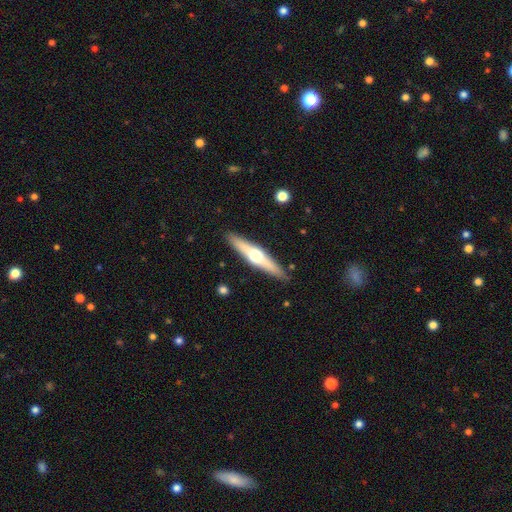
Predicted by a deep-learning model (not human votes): This is likely a featured or disk galaxy (60%). It is clearly viewed edge-on (95%). Edge-on bulge: clearly rounded (94%). Merging: clearly none (89%).